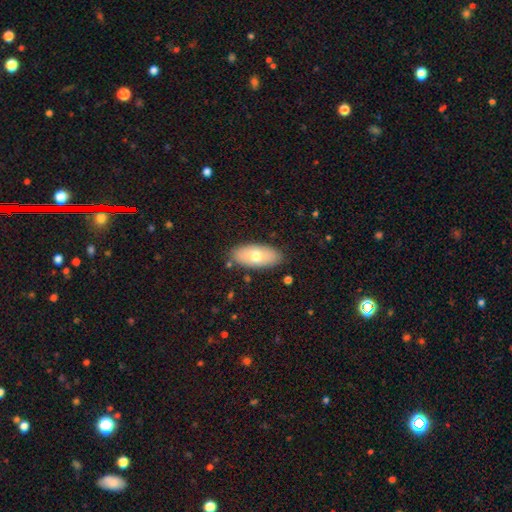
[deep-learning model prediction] Smooth or featured? Predicted: smooth (p=0.67). How rounded? Predicted: in between (p=0.89). Merging? Predicted: none (p=0.86).